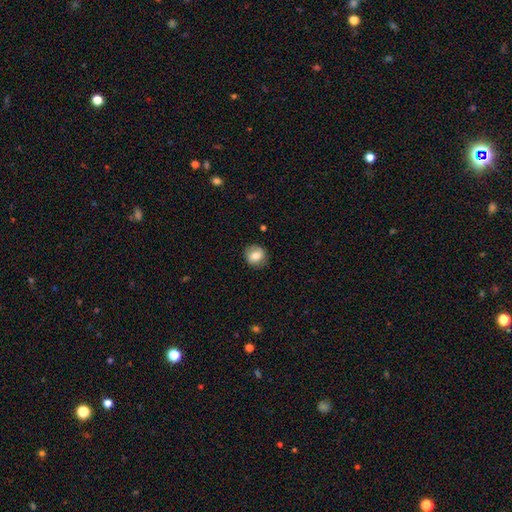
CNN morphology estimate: smooth 71%, featured or disk 20%, star or artifact 9%. Down the decision tree: how rounded — round (78%); merging — none (83%).